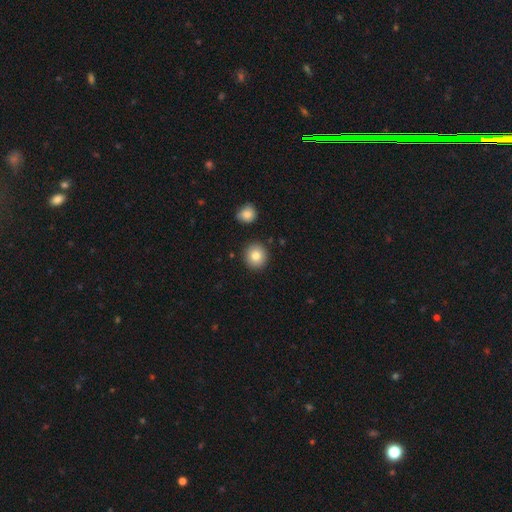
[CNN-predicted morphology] A smooth galaxy with no disk features (82%) that is round (92%).

Vote fractions:
- Smooth or featured? smooth: 82% / star or artifact: 9% / featured or disk: 9%
- How rounded? round: 92% / in between: 7% / cigar-shaped: 1%
- Merging? none: 89% / minor disturbance: 6% / merger: 3% / major disturbance: 2%